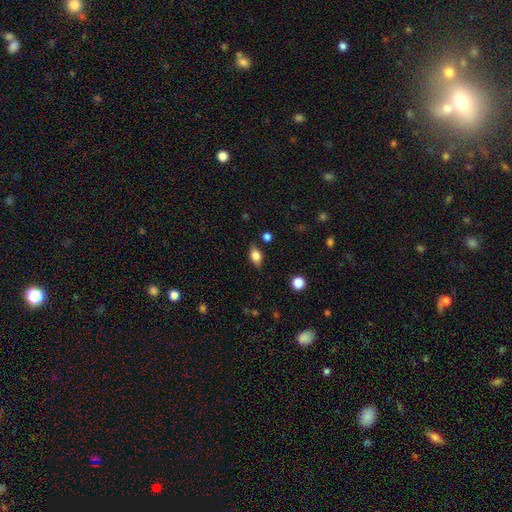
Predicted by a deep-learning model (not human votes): Smooth or featured? smooth (77%)
How rounded? in between (81%)
Merging? none (81%)